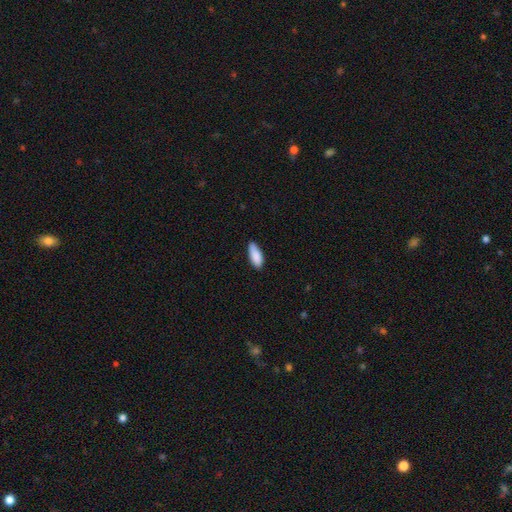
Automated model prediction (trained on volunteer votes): Overall: smooth (89%). How rounded: in between (77%). Merging: none (77%).